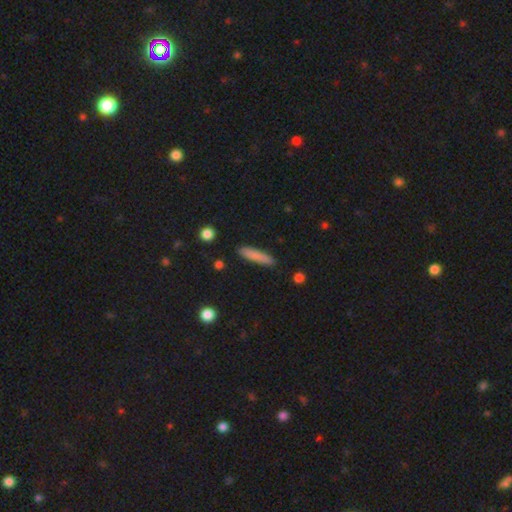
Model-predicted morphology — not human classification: A smooth galaxy with no disk features (82%) that is cigar-shaped (88%). Merging: none (88%).